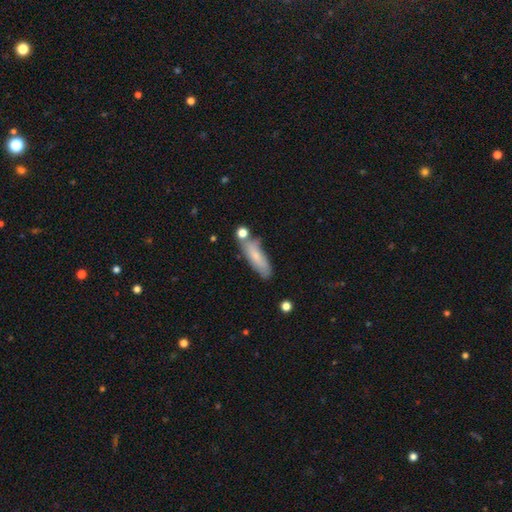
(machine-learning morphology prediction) Overall: smooth (72%). How rounded: cigar-shaped (59%; in between 39%). Merging: none (62%).